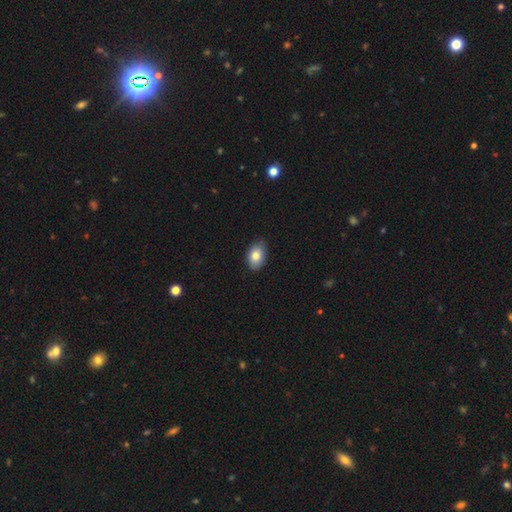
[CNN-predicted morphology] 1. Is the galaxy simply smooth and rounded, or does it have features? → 81% smooth, 11% featured or disk, 8% star or artifact.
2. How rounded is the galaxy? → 87% in between, 12% round, 1% cigar-shaped.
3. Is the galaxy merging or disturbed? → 82% none, 15% minor disturbance, 2% major disturbance, 1% merger.